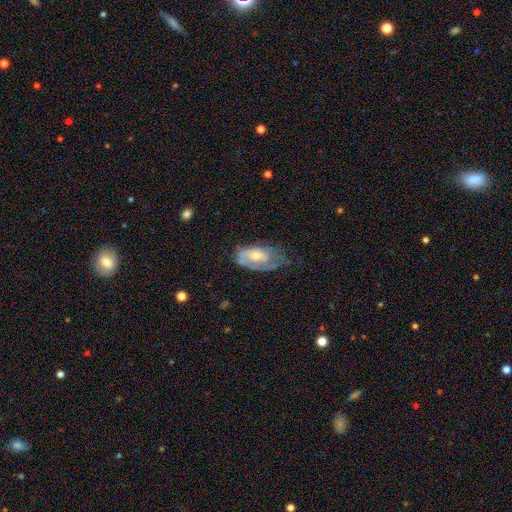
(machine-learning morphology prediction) Overall: featured or disk (54%; smooth 40%). Edge-on disk: no (92%). Merging: minor disturbance (34%; none 32%).